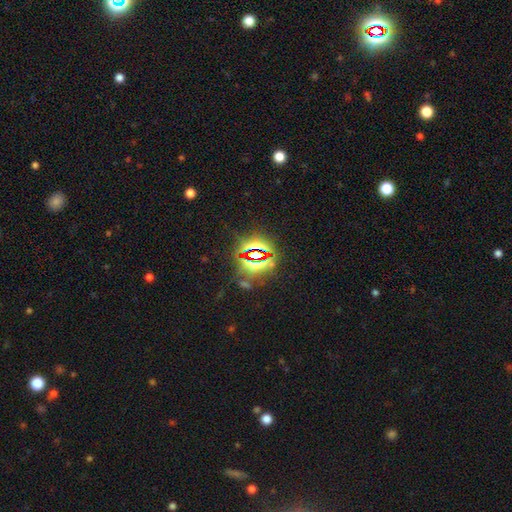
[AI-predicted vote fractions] Smooth or featured?
  - star or artifact: 80% *
  - smooth: 12%
  - featured or disk: 8%